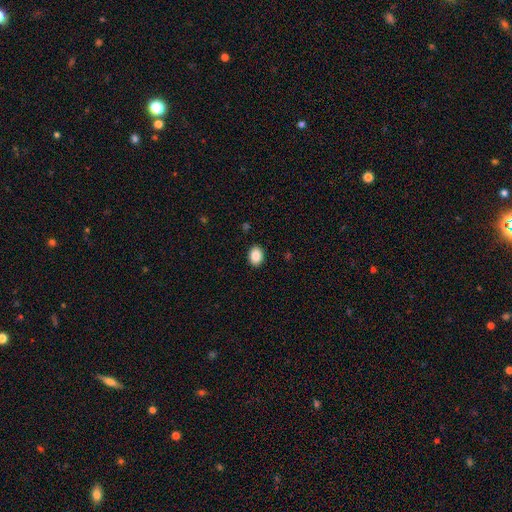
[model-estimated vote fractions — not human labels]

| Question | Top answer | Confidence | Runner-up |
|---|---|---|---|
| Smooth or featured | smooth | 88% | star or artifact (8%) |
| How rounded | in between | 70% | round (29%) |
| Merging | none | 90% | minor disturbance (7%) |